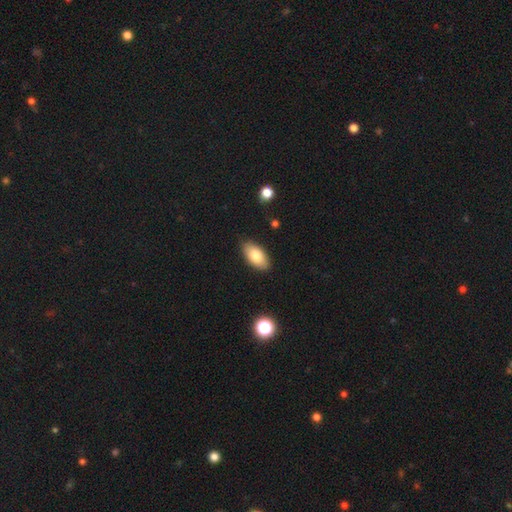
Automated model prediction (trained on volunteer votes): smooth 79%, featured or disk 14%, star or artifact 7%. Down the decision tree: how rounded — in between (93%); merging — none (87%).